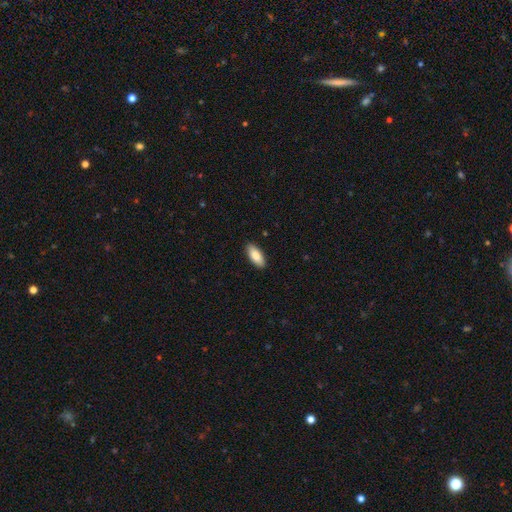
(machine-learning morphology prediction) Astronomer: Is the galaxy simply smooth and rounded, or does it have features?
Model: smooth — 87%.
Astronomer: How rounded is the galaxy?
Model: in between — 84%.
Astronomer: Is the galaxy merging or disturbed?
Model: none — 89%.